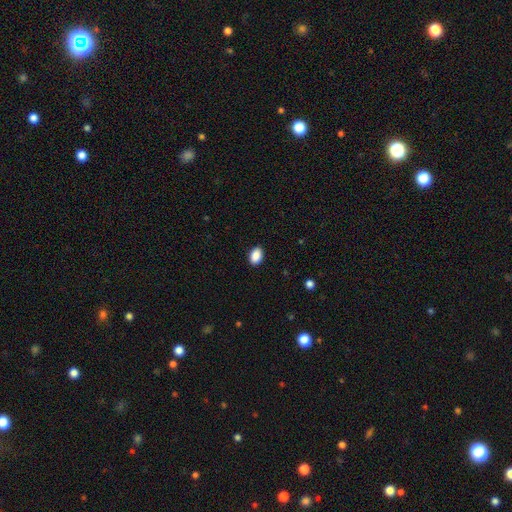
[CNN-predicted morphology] Smooth or featured?
  - smooth: 89% *
  - star or artifact: 8%
  - featured or disk: 3%
How rounded?
  - in between: 86% *
  - round: 13%
  - cigar-shaped: 1%
Merging?
  - none: 90% *
  - minor disturbance: 8%
  - major disturbance: 2%
  - merger: 1%